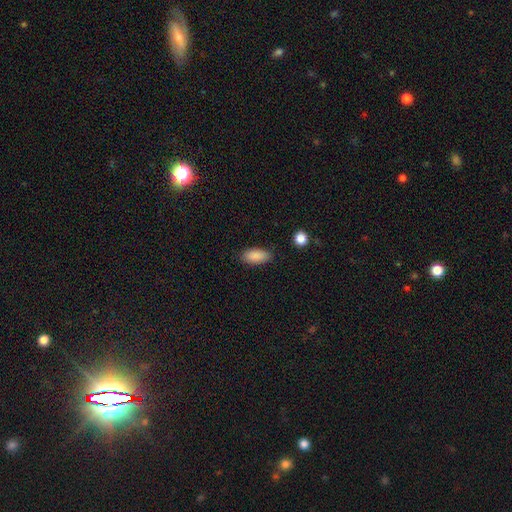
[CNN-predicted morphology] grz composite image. It shows a smooth galaxy with no disk features (88%) that is in between round and cigar-shaped (87%). Merging: none (84%).